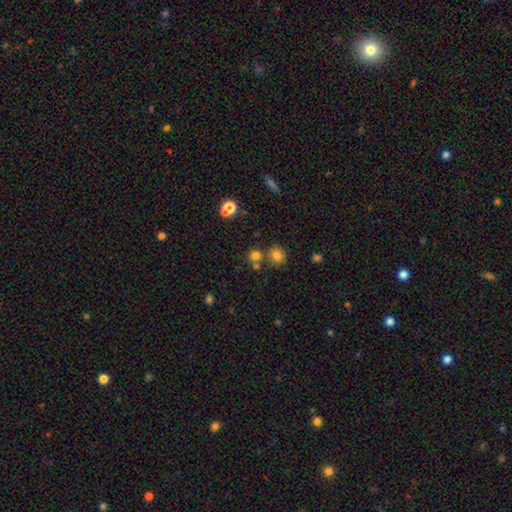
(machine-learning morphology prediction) A smooth galaxy with no disk features (72%) that is round (83%). Merging: none (61%).